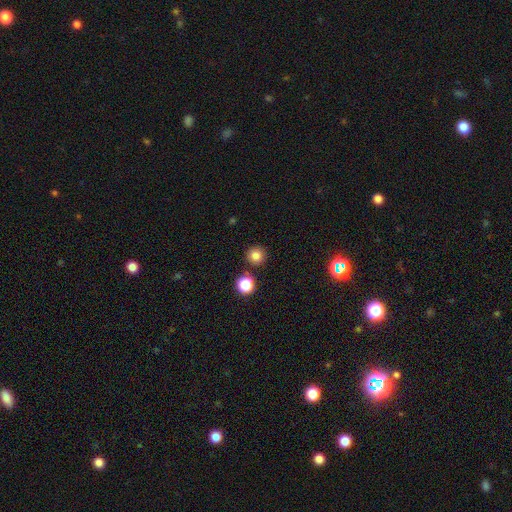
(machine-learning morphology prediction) A smooth galaxy with no disk features (80%) that is round (94%).

Vote fractions:
- Smooth or featured? smooth: 80% / star or artifact: 14% / featured or disk: 6%
- How rounded? round: 94% / in between: 5% / cigar-shaped: 1%
- Merging? none: 87% / minor disturbance: 6% / merger: 5% / major disturbance: 2%